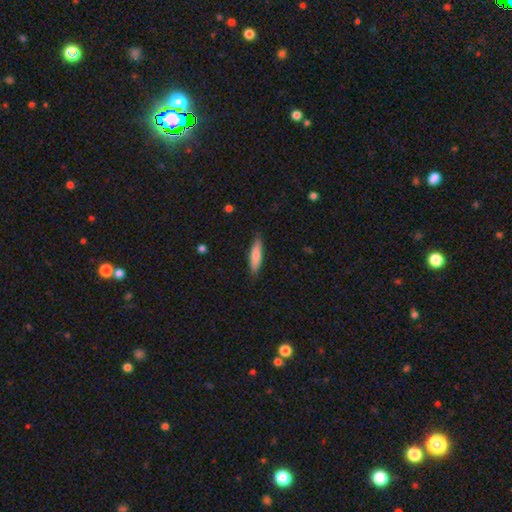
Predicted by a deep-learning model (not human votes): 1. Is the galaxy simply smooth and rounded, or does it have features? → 78% smooth, 16% featured or disk, 6% star or artifact.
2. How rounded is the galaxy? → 74% cigar-shaped, 24% in between, 1% round.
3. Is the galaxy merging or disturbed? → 86% none, 11% minor disturbance, 2% major disturbance, 1% merger.